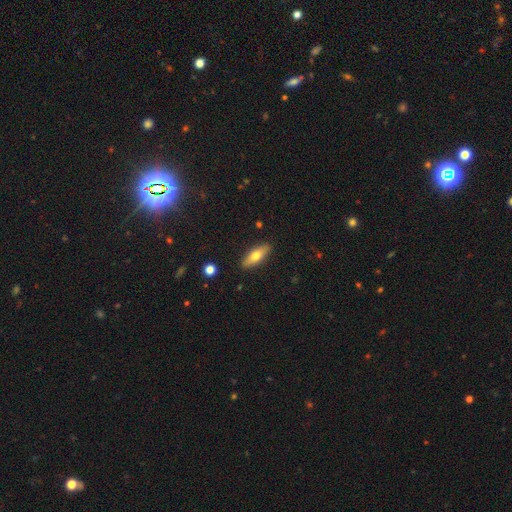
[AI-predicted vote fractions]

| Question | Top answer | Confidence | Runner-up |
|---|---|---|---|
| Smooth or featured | smooth | 64% | featured or disk (30%) |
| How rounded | in between | 63% | cigar-shaped (34%) |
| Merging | none | 88% | minor disturbance (8%) |